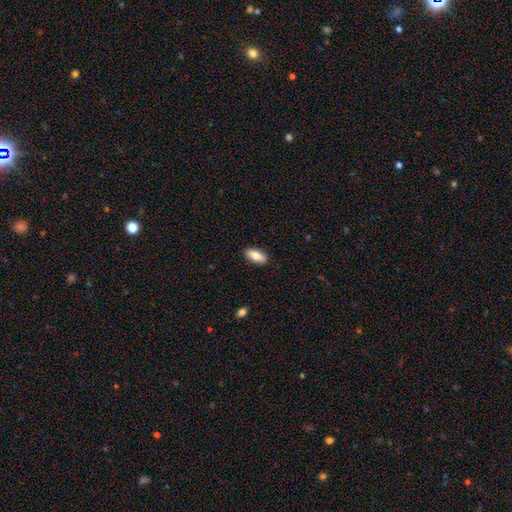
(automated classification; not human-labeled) Overall: smooth (77%). How rounded: in between (82%). Merging: none (88%).